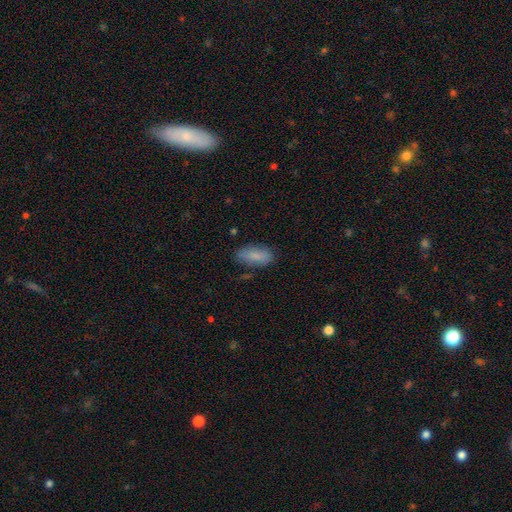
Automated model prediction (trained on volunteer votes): Morphology: type=smooth (85%); roundness=in between (83%); merging=none (77%).